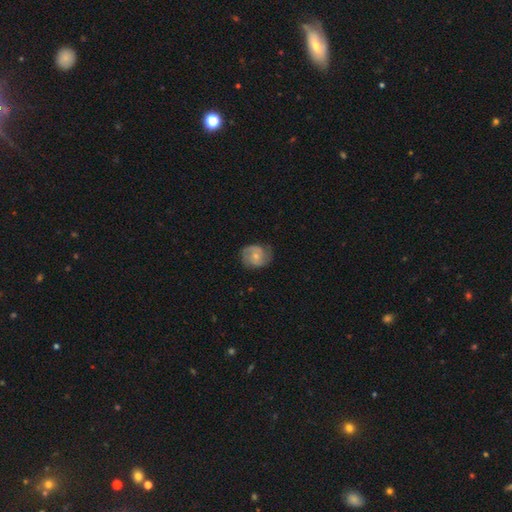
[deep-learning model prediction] Overall: featured or disk (67%; smooth 27%). Edge-on disk: no (98%). Bar: no (65%; weak 30%). Spiral arms: yes (91%). Spiral arm count: 2 (78%). Spiral winding: medium (46%; tight 36%). Bulge size: small (59%; moderate 35%). Merging: none (73%).